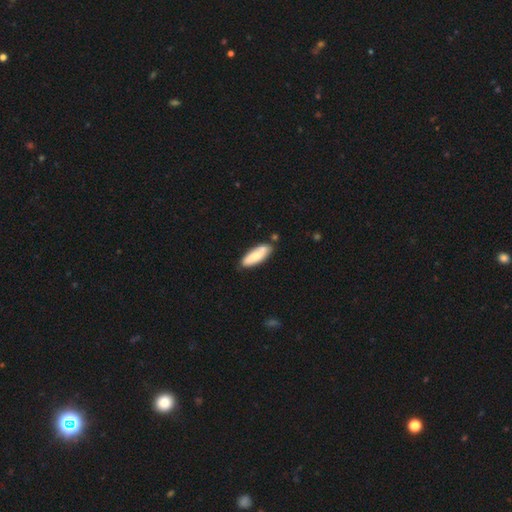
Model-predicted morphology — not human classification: This is likely a smooth galaxy (64%). How rounded: likely in between (62%). Merging: likely none (77%).